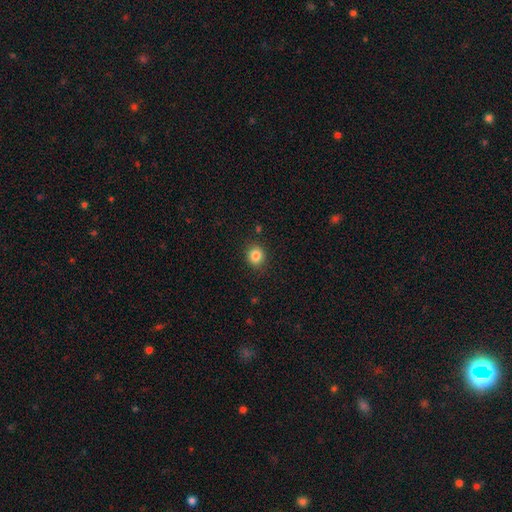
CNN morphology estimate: The model was most divided on "how rounded": round: 80%, in between: 19%, cigar-shaped: 1%. More confident: merging — none (87%); smooth or featured — smooth (84%).